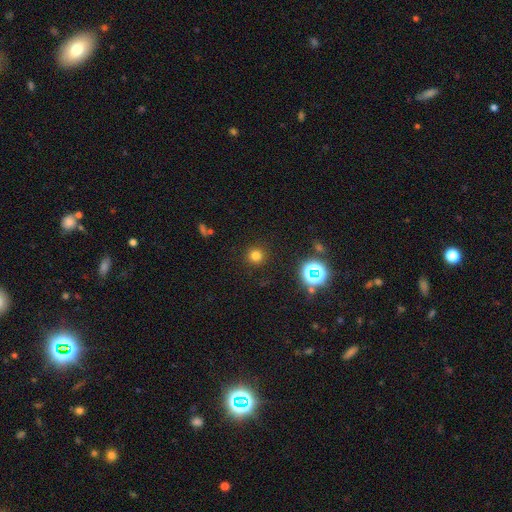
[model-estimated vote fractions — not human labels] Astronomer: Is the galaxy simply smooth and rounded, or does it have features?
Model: smooth — 75%.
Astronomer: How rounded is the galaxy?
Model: round — 95%.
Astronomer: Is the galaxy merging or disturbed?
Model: none — 91%.